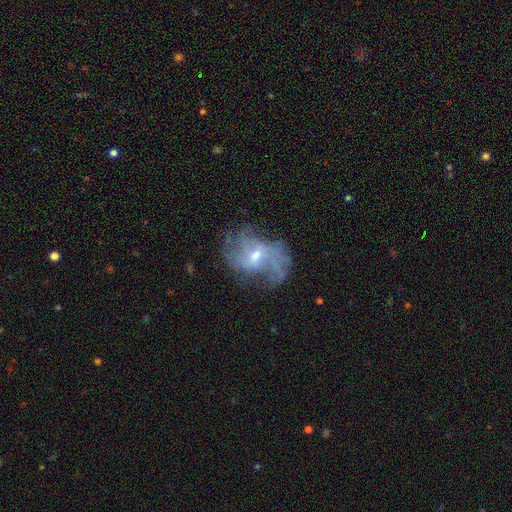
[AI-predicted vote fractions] smooth_or_featured: featured or disk (p=0.77) [alt: smooth p=0.13]
disk_edge_on: no (p=0.97) [alt: yes p=0.03]
bar: weak (p=0.46) [alt: no p=0.42]
has_spiral_arms: yes (p=0.81) [alt: no p=0.19]
spiral_winding: loose (p=0.53) [alt: medium p=0.33]
spiral_arm_count: can't tell (p=0.32) [alt: 2 p=0.31]
bulge_size: small (p=0.50) [alt: moderate p=0.44]
merging: none (p=0.50) [alt: major disturbance p=0.26]